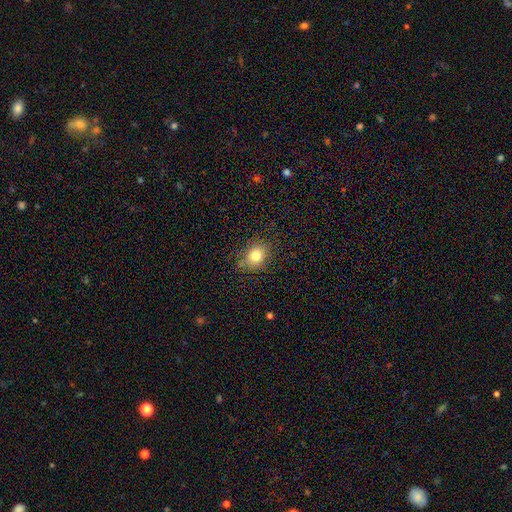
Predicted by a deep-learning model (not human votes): The model was most divided on "how rounded": round: 51%, in between: 48%, cigar-shaped: 1%. More confident: smooth or featured — smooth (80%); merging — none (78%).